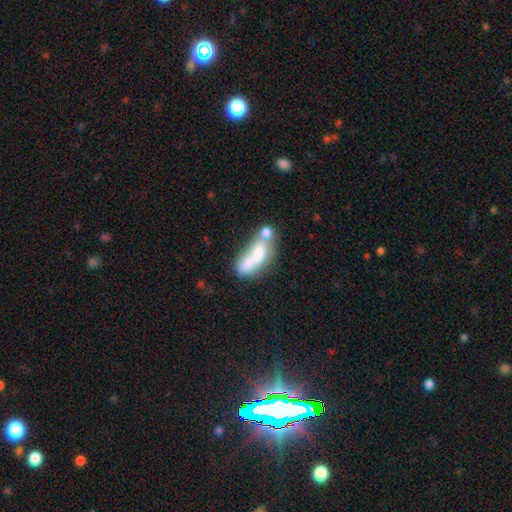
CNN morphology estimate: Smooth or featured? Predicted: smooth (p=0.58). How rounded? Predicted: in between (p=0.70). Merging? Predicted: merger (p=0.57).